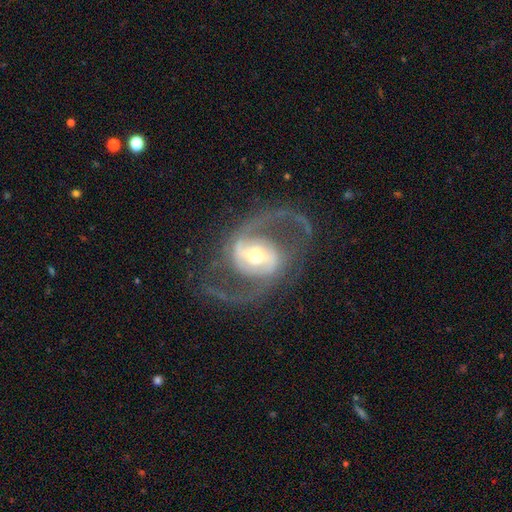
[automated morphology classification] This appears to be a featured or disk galaxy (89%) with a strong bar (37%), 2 (91%) medium (53%) spiral arms (94%) and a moderate central bulge (66%). Merging: none (71%).